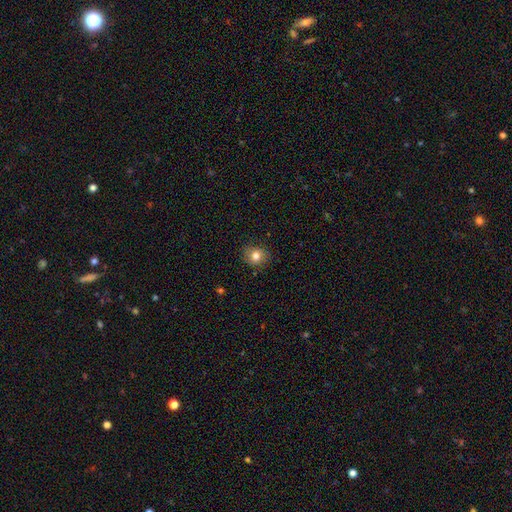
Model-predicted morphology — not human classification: Smooth or featured: smooth — 79% (star or artifact — 11%)
How rounded: round — 74% (in between — 25%)
Merging: none — 85% (minor disturbance — 12%)